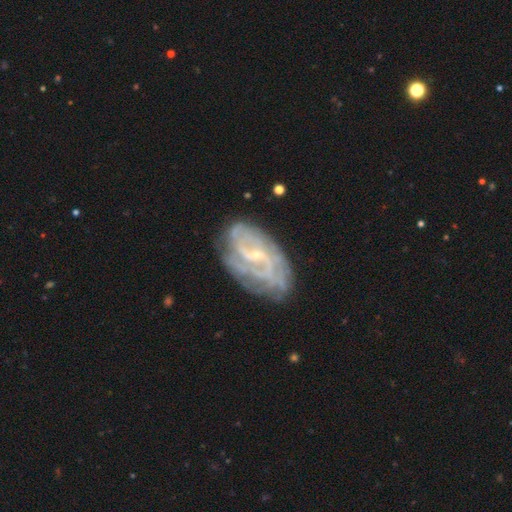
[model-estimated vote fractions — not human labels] smooth-or-featured: featured or disk: 82% | smooth: 10% | star or artifact: 7%
  disk-edge-on: no: 96% | yes: 4%
    bar: weak: 50% | no: 33% | strong: 17%
    has-spiral-arms: yes: 89% | no: 11%
      spiral-winding: tight: 53% | medium: 35% | loose: 13%
      spiral-arm-count: can't tell: 43% | 2: 20% | 3: 14% | 4: 11% | more than 4: 6% | 1: 5%
    bulge-size: small: 73% | moderate: 20% | none: 5% | large: 1% | dominant: 1%
  merging: none: 67% | minor disturbance: 21% | major disturbance: 10% | merger: 2%